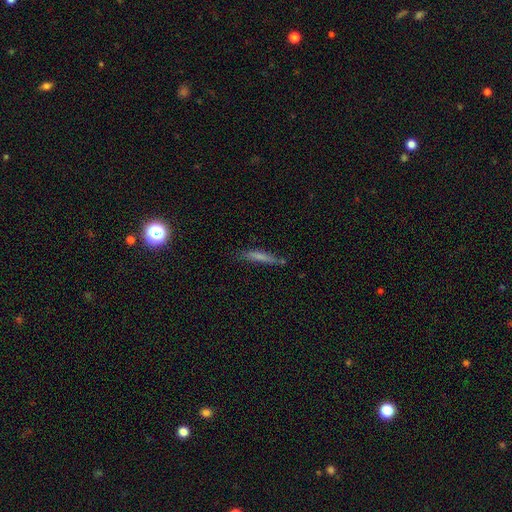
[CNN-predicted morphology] Overall: smooth (53%; featured or disk 33%). How rounded: cigar-shaped (90%). Merging: none (74%).